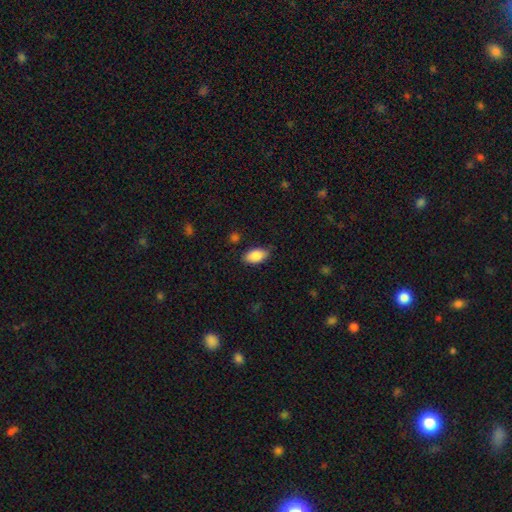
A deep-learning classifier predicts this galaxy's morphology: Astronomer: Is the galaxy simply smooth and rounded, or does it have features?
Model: smooth — 87%.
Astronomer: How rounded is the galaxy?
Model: in between — 93%.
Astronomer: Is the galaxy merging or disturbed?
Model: none — 81%.